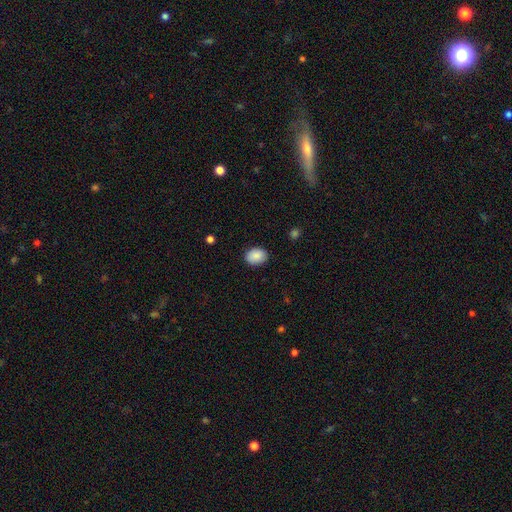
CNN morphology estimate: This appears to be a smooth galaxy with no disk features (88%) that is in between round and cigar-shaped (62%). Merging: none (87%).